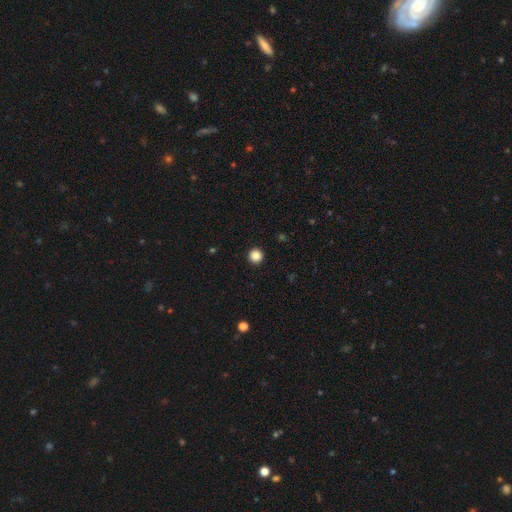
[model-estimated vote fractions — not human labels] smooth-or-featured: smooth: 86% | star or artifact: 11% | featured or disk: 3%
  how-rounded: round: 96% | in between: 3% | cigar-shaped: 1%
  merging: none: 94% | minor disturbance: 4% | major disturbance: 1% | merger: 1%